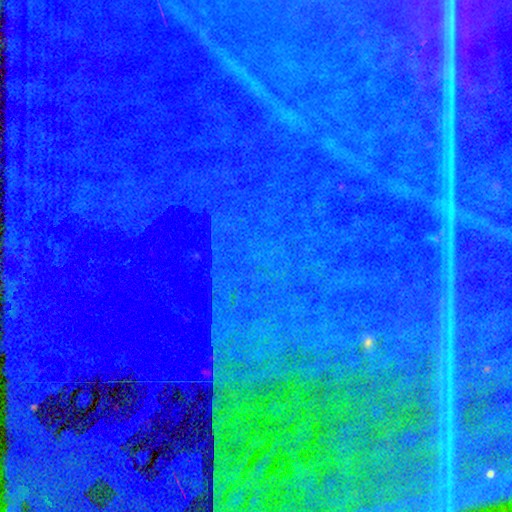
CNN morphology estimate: A star or artifact, not a galaxy (88%).